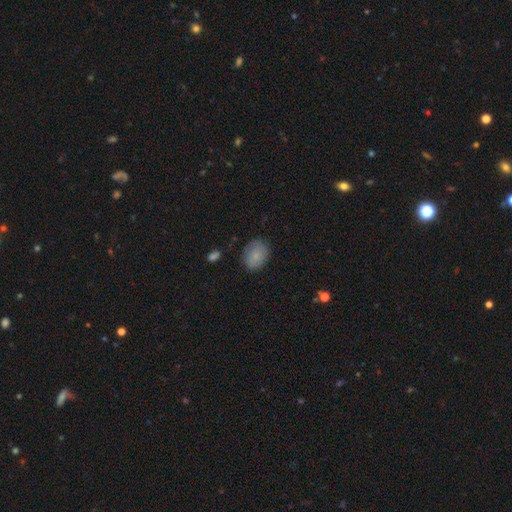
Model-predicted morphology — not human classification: Smooth or featured? Predicted: smooth (p=0.84). How rounded? Predicted: in between (p=0.66). Merging? Predicted: none (p=0.80).